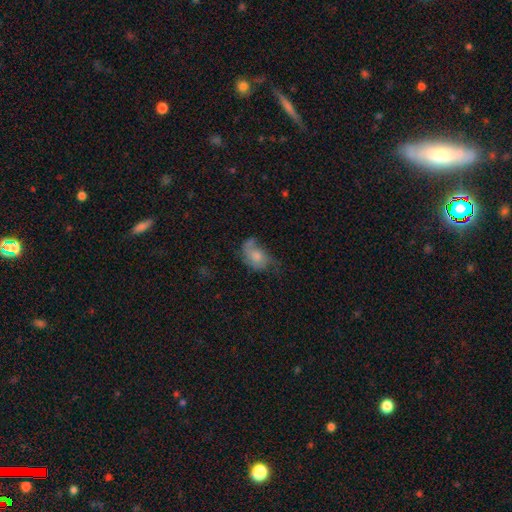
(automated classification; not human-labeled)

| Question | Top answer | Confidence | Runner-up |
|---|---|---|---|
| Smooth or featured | smooth | 53% | featured or disk (38%) |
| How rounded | in between | 79% | round (19%) |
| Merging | major disturbance | 32% | tied: none (32%) |